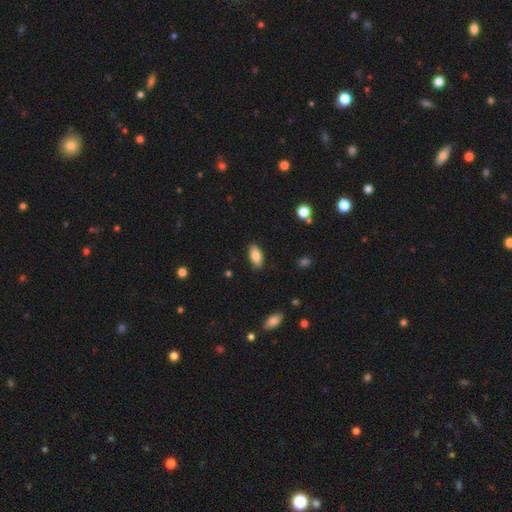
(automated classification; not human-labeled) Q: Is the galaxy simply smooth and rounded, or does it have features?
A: smooth — 83%.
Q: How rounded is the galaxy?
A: in between — 90%.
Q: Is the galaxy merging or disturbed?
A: none — 86%.